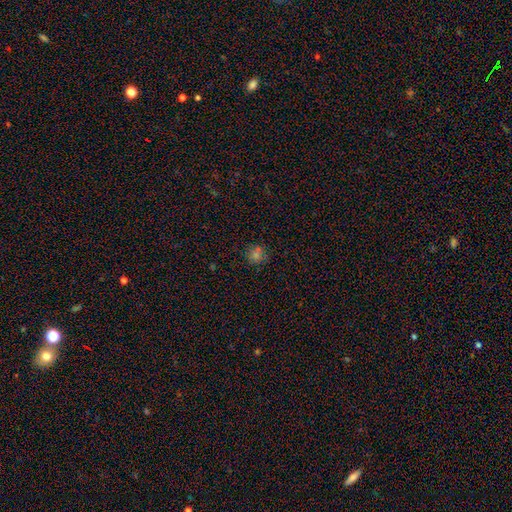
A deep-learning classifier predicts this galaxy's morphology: This is likely a smooth galaxy (65%). How rounded: clearly round (87%). Merging: clearly none (81%).